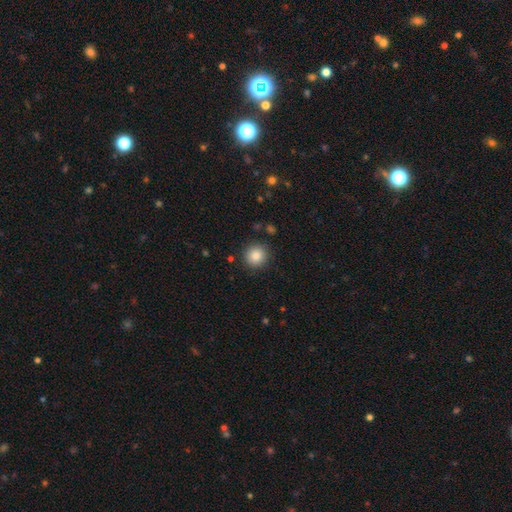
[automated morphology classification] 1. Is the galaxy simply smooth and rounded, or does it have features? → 85% smooth, 10% star or artifact, 5% featured or disk.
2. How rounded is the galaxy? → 92% round, 7% in between, 1% cigar-shaped.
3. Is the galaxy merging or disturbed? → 89% none, 7% minor disturbance, 2% major disturbance, 2% merger.